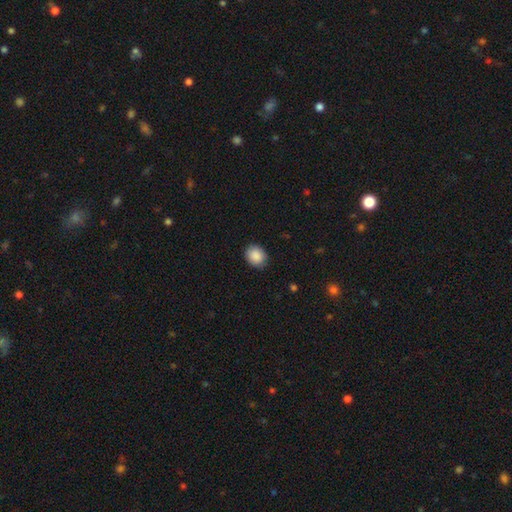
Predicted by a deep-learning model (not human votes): Smooth or featured?
  - smooth: 89% *
  - star or artifact: 8%
  - featured or disk: 3%
How rounded?
  - round: 56% *
  - in between: 44%
  - cigar-shaped: 1%
Merging?
  - none: 87% *
  - minor disturbance: 10%
  - major disturbance: 2%
  - merger: 1%